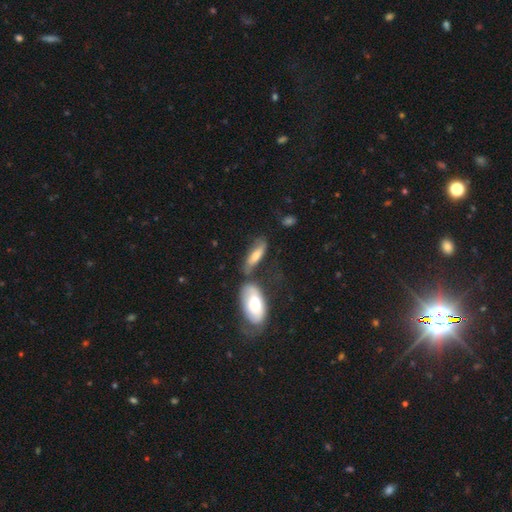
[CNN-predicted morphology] smooth 55%, featured or disk 37%, star or artifact 8%. Down the decision tree: how rounded — in between (54%); merging — none (45%).